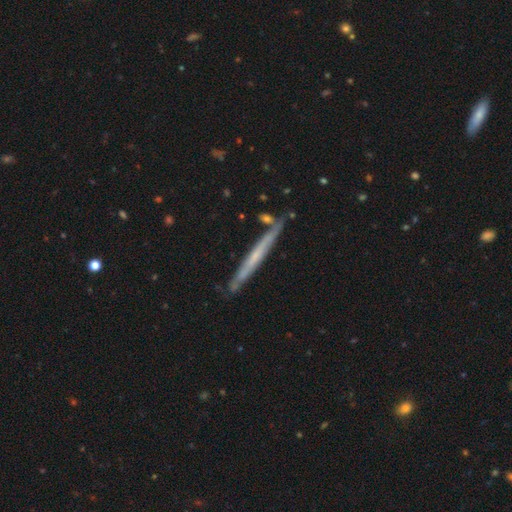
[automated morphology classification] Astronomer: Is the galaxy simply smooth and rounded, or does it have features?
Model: featured or disk — 59% (runner-up: smooth, 34%).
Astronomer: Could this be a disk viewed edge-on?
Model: yes — 93%.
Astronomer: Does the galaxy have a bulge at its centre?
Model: none — 80%.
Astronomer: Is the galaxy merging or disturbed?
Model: none — 83%.